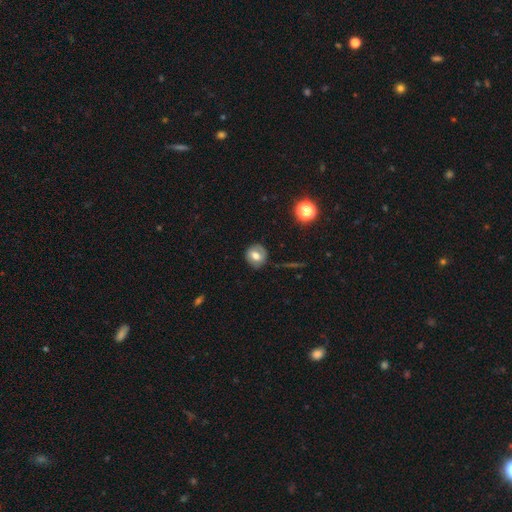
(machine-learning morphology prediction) This appears to be a smooth galaxy with no disk features (63%) that is round (82%). Merging: none (82%).